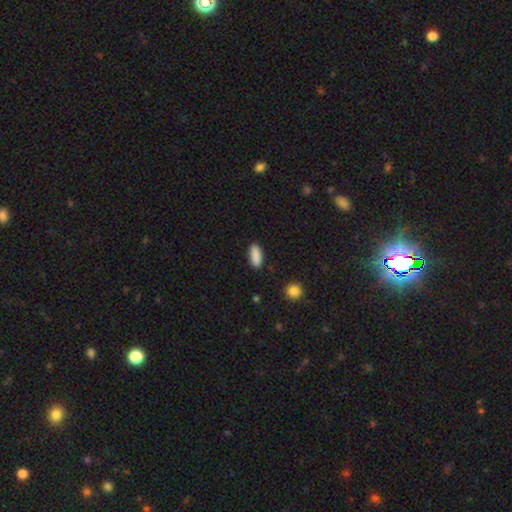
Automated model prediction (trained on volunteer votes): smooth_or_featured: smooth (p=0.89) [alt: star or artifact p=0.07]
how_rounded: in between (p=0.74) [alt: cigar-shaped p=0.23]
merging: none (p=0.88) [alt: minor disturbance p=0.08]